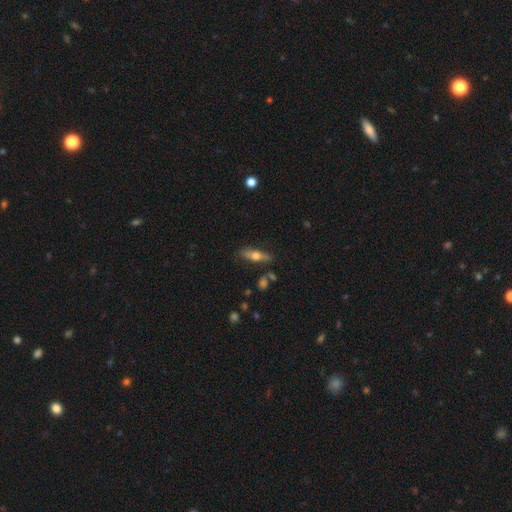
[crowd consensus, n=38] Q: Smooth or featured?
A: featured or disk (53%); runner-up: smooth (42%)
Q: Edge-on disk?
A: yes (75%); runner-up: no (25%)
Q: Edge-on bulge?
A: rounded (100%)
Q: Merging?
A: none (83%); runner-up: minor disturbance (11%)